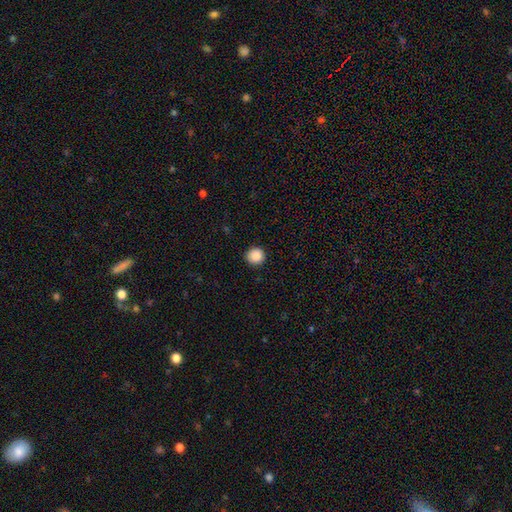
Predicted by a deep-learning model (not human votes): Smooth or featured: smooth — 88% (star or artifact — 9%)
How rounded: round — 94% (in between — 5%)
Merging: none — 91% (minor disturbance — 6%)